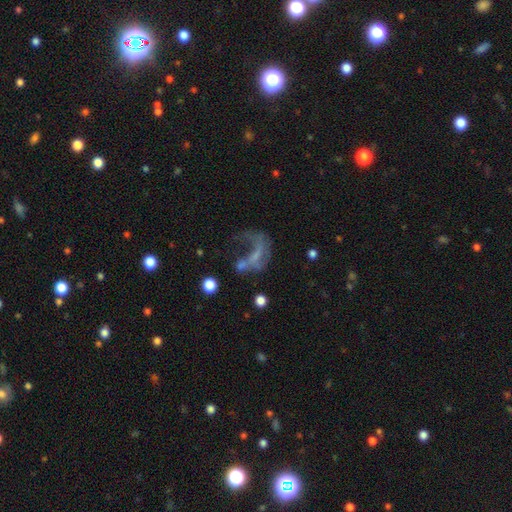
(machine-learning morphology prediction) smooth_or_featured: featured or disk (p=0.51) [alt: smooth p=0.30]
disk_edge_on: no (p=0.95) [alt: yes p=0.05]
merging: major disturbance (p=0.51) [alt: none p=0.23]